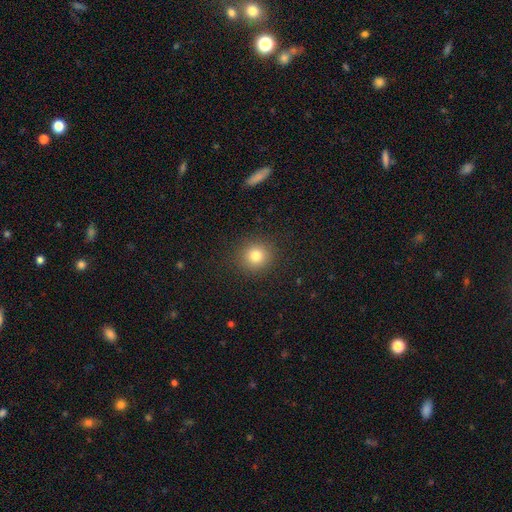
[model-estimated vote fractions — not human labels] Morphology: type=smooth (80%); roundness=round (90%); merging=none (90%).